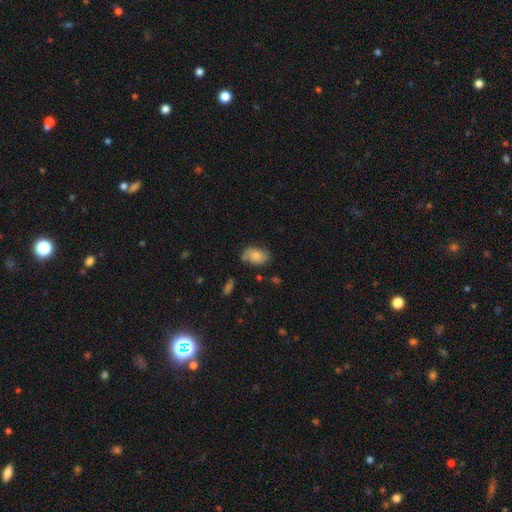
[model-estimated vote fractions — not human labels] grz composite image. It shows a smooth galaxy with no disk features (79%) that is in between round and cigar-shaped (87%). Merging: none (67%).